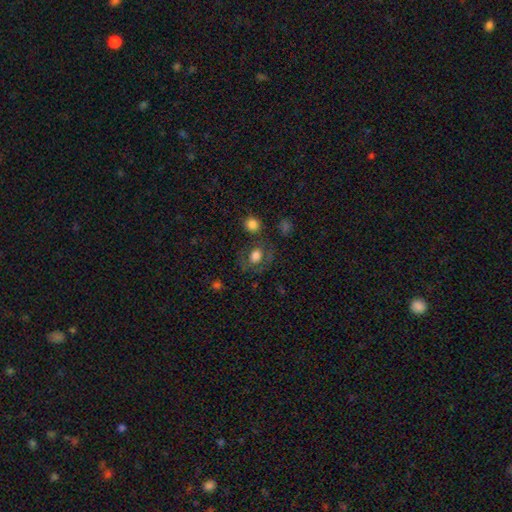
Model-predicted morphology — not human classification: This appears to be a smooth galaxy with no disk features (67%) that is round (53%). Merging: none (66%).